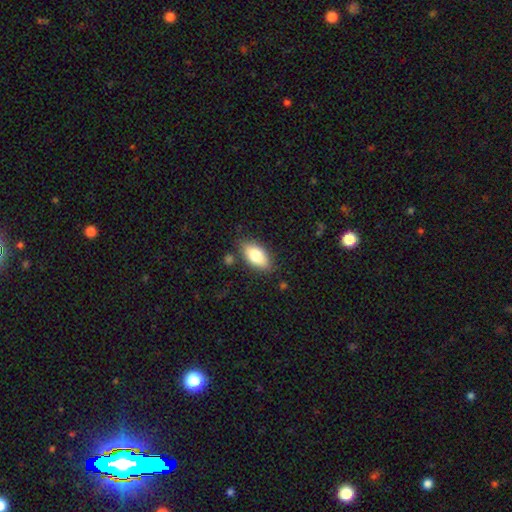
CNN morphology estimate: Smooth or featured? smooth (77%)
How rounded? in between (89%)
Merging? none (81%)